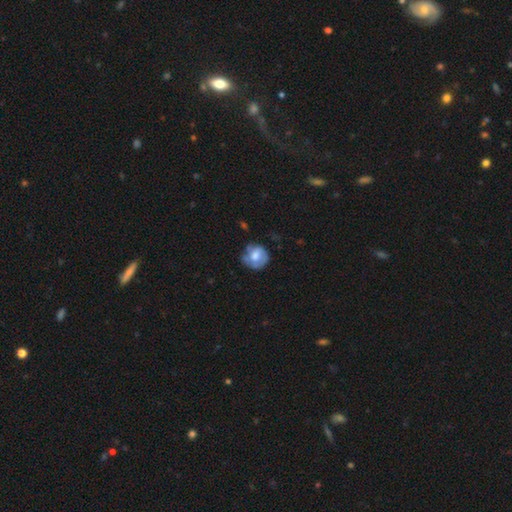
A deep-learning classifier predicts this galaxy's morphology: Smooth or featured?
  - smooth: 53% *
  - featured or disk: 40%
  - star or artifact: 7%
How rounded?
  - round: 80% *
  - in between: 19%
  - cigar-shaped: 1%
Merging?
  - none: 56% *
  - minor disturbance: 29%
  - major disturbance: 12%
  - merger: 3%